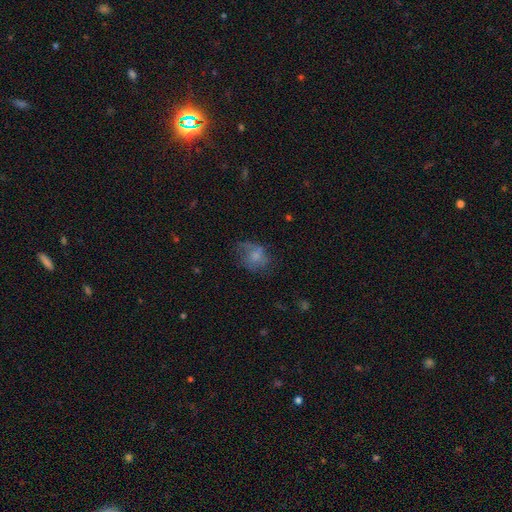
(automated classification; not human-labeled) smooth 59%, featured or disk 30%, star or artifact 11%. Down the decision tree: how rounded — in between (51%); merging — none (42%).